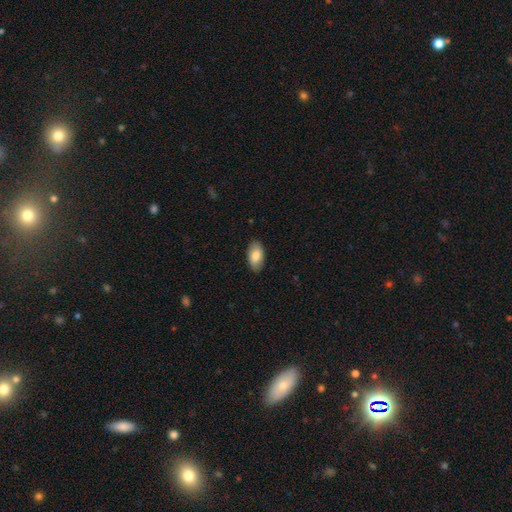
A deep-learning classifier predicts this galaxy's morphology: Smooth or featured?
  - smooth: 81% *
  - featured or disk: 13%
  - star or artifact: 6%
How rounded?
  - in between: 95% *
  - round: 3%
  - cigar-shaped: 2%
Merging?
  - none: 86% *
  - minor disturbance: 11%
  - major disturbance: 2%
  - merger: 1%